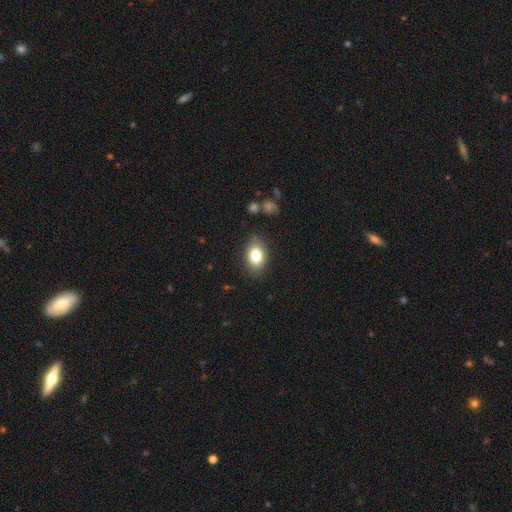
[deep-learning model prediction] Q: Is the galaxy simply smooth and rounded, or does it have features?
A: smooth — 79%.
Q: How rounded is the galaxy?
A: in between — 82%.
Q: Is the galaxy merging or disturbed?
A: none — 83%.